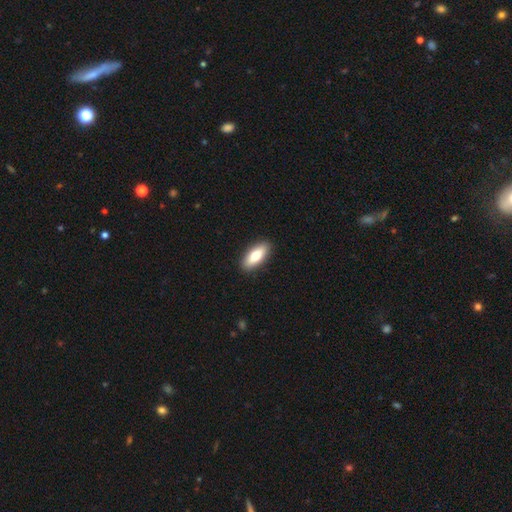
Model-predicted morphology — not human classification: smooth-or-featured: smooth: 75% | featured or disk: 19% | star or artifact: 6%
  how-rounded: in between: 79% | cigar-shaped: 19% | round: 3%
  merging: none: 91% | minor disturbance: 7% | major disturbance: 2% | merger: 1%